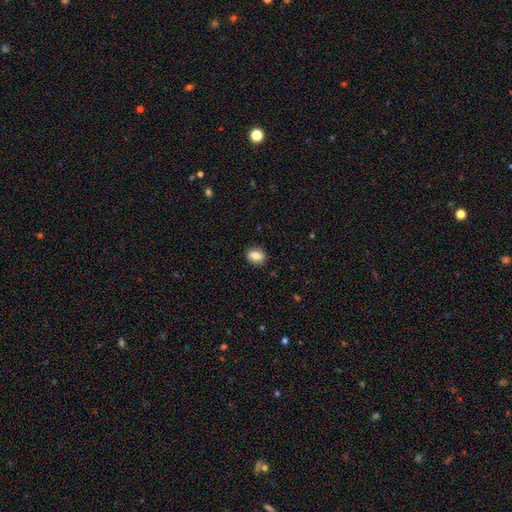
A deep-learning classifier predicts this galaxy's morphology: Smooth or featured? Predicted: smooth (p=0.84). How rounded? Predicted: in between (p=0.57). Merging? Predicted: none (p=0.89).